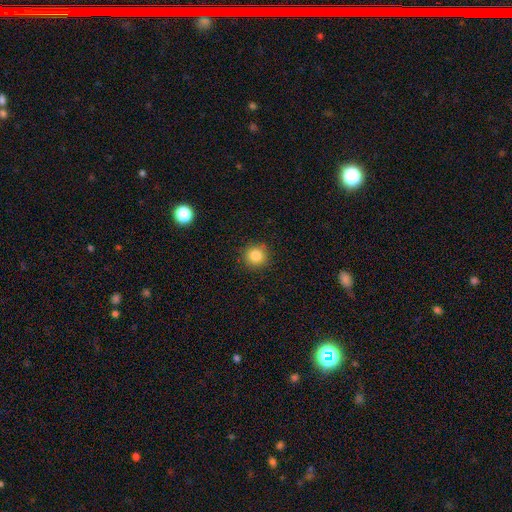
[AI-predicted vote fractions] This appears to be a smooth galaxy with no disk features (83%) that is round (93%). Merging: none (90%).